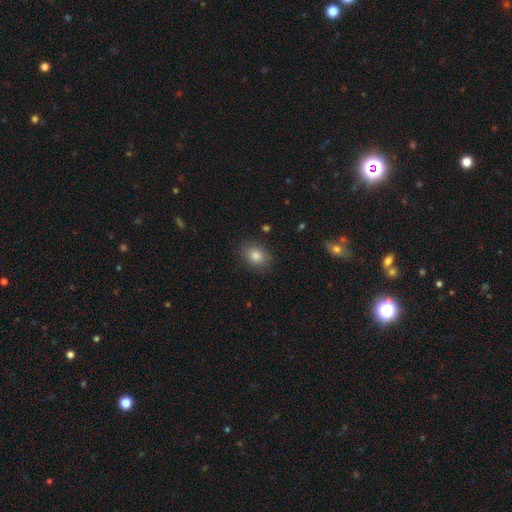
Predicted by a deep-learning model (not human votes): Q: Smooth or featured?
A: smooth (83%); runner-up: star or artifact (10%)
Q: How rounded?
A: in between (56%); runner-up: round (43%)
Q: Merging?
A: none (86%); runner-up: minor disturbance (10%)